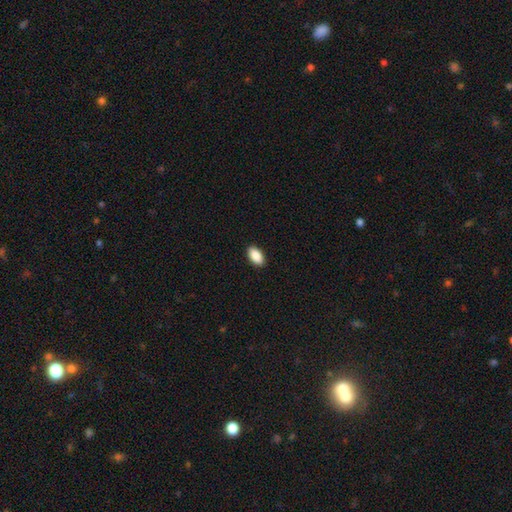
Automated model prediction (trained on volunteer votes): smooth-or-featured: smooth: 90% | star or artifact: 7% | featured or disk: 4%
  how-rounded: in between: 94% | round: 3% | cigar-shaped: 3%
  merging: none: 90% | minor disturbance: 7% | major disturbance: 2% | merger: 1%